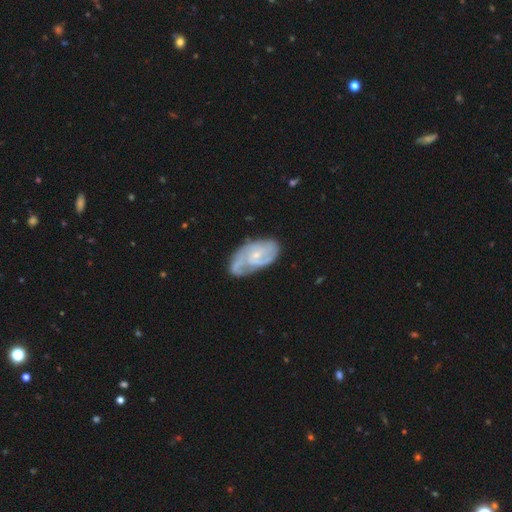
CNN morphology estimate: Smooth or featured? featured or disk (81%)
Edge-on disk? no (96%)
Bar? no (59%)
Spiral arms? yes (93%)
Spiral winding? tight (47%)
Spiral arm count? 2 (46%)
Bulge size? small (73%)
Merging? none (57%)